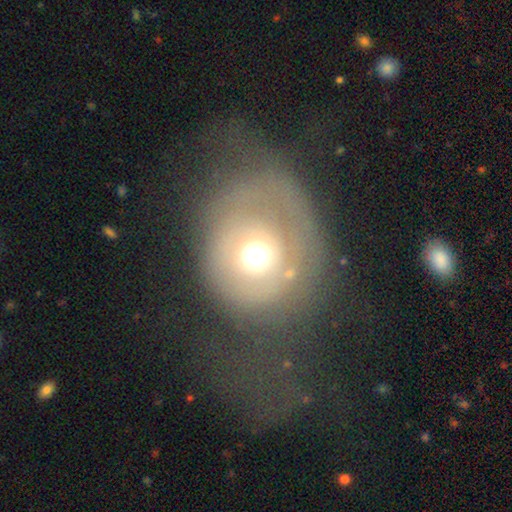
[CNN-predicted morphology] A featured or disk galaxy (52%).

Vote fractions:
- Smooth or featured? featured or disk: 52% / smooth: 39% / star or artifact: 9%
- Edge-on disk? no: 96% / yes: 4%
- Merging? major disturbance: 42% / none: 34% / minor disturbance: 22% / merger: 3%